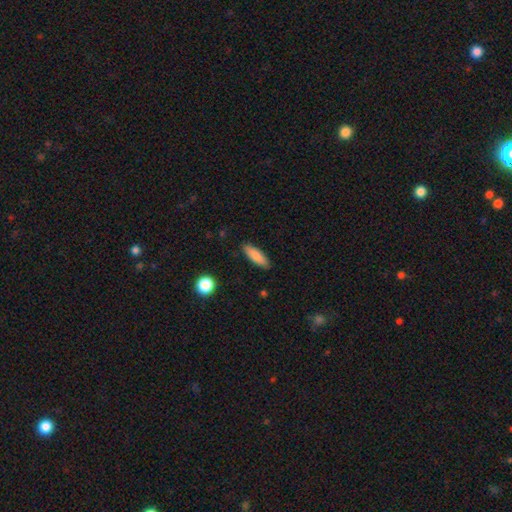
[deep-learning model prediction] A smooth galaxy with no disk features (85%) that is in between round and cigar-shaped (52%).

Vote fractions:
- Smooth or featured? smooth: 85% / featured or disk: 8% / star or artifact: 7%
- How rounded? in between: 52% / cigar-shaped: 46% / round: 2%
- Merging? none: 87% / minor disturbance: 10% / major disturbance: 2% / merger: 1%